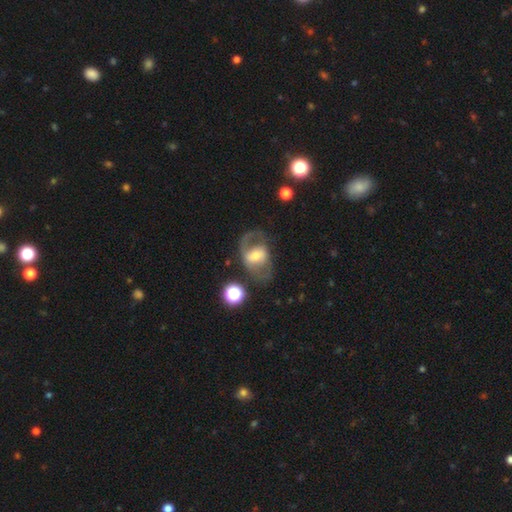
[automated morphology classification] A featured or disk galaxy (61%) with a weak bar (39%), spiral arms (60%) and a moderate central bulge (50%). Merging: none (52%).